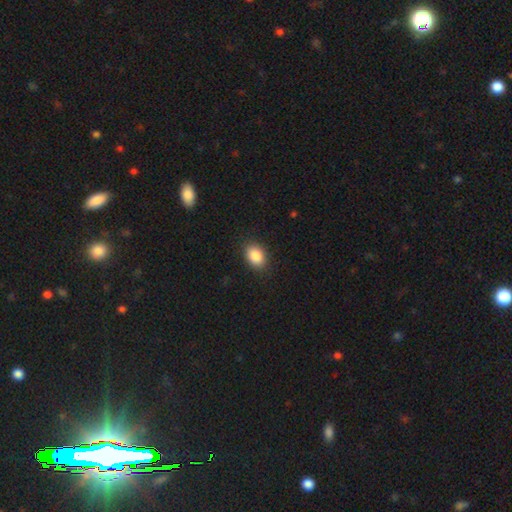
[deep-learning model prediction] Smooth or featured: smooth — 87% (star or artifact — 8%)
How rounded: in between — 79% (round — 20%)
Merging: none — 88% (minor disturbance — 9%)